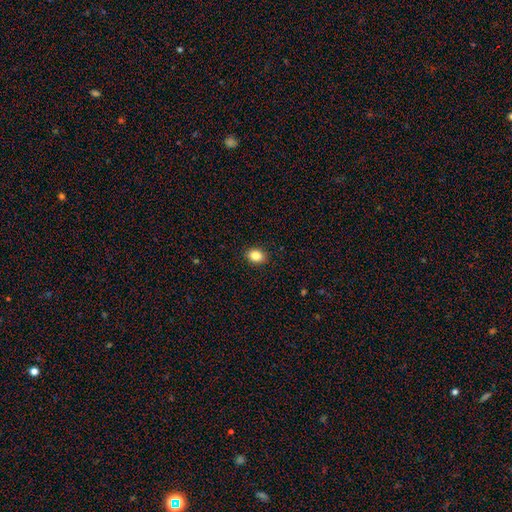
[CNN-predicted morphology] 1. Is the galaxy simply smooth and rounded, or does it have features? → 85% smooth, 10% star or artifact, 5% featured or disk.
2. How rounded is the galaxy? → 61% in between, 38% round, 1% cigar-shaped.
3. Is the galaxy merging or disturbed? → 90% none, 7% minor disturbance, 2% major disturbance, 1% merger.